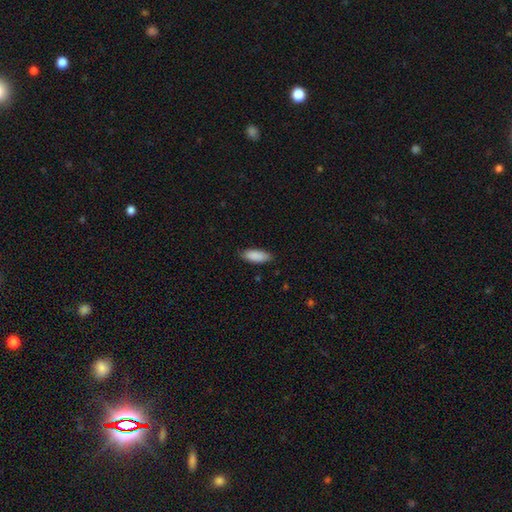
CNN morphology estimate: This appears to be a smooth galaxy with no disk features (89%) that is in between round and cigar-shaped (74%). Merging: none (81%).